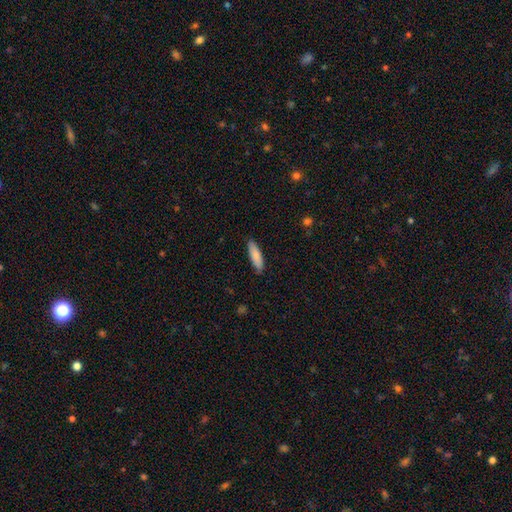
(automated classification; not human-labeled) Smooth or featured?
  - smooth: 80% *
  - featured or disk: 14%
  - star or artifact: 6%
How rounded?
  - cigar-shaped: 62% *
  - in between: 37%
  - round: 2%
Merging?
  - none: 86% *
  - minor disturbance: 11%
  - major disturbance: 2%
  - merger: 1%